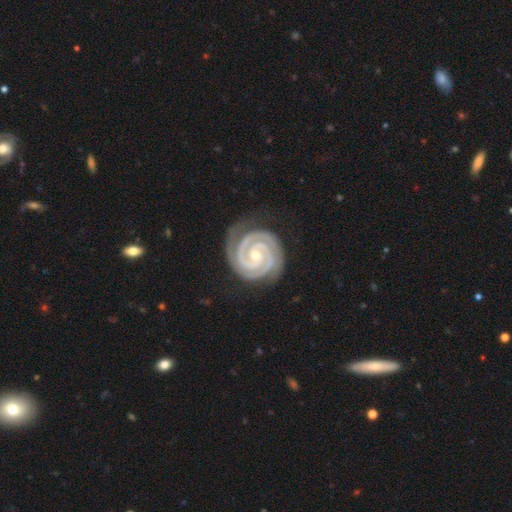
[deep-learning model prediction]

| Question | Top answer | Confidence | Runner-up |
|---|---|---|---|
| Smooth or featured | featured or disk | 95% | star or artifact (3%) |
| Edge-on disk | no | 98% | yes (2%) |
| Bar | no | 56% | weak (27%) |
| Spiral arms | yes | 99% | no (1%) |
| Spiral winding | tight | 86% | medium (13%) |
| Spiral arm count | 2 | 84% | 3 (9%) |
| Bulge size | small | 65% | moderate (32%) |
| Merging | none | 81% | minor disturbance (14%) |